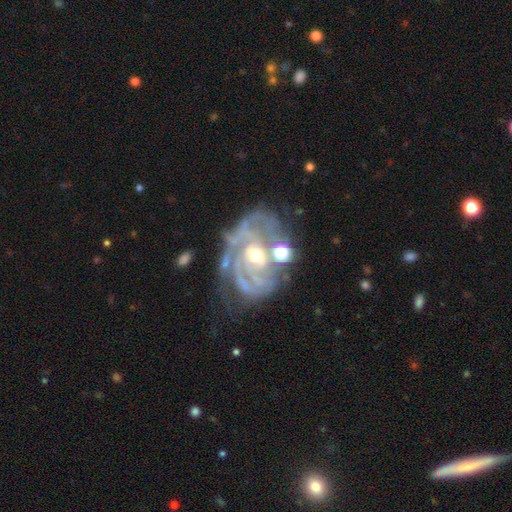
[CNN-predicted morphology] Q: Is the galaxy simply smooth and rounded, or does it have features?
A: featured or disk — 87%.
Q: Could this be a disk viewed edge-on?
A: no — 97%.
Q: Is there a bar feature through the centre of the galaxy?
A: no — 57%.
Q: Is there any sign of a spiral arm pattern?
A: yes — 93%.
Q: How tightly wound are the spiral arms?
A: tight — 65%.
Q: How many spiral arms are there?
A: can't tell — 30%.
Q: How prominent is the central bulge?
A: moderate — 54%.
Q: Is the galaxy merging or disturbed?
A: none — 51%.